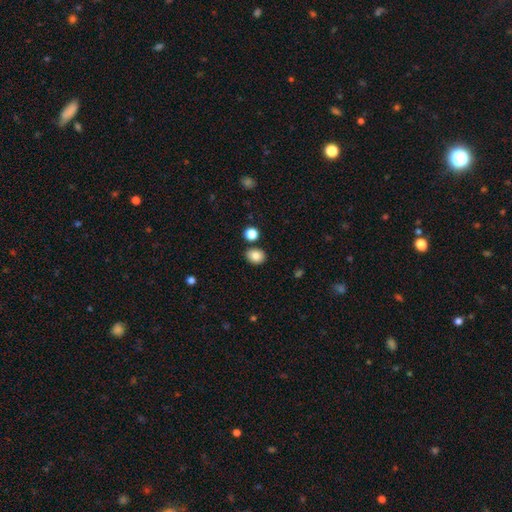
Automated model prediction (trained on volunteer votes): Smooth or featured? Predicted: smooth (p=0.85). How rounded? Predicted: round (p=0.57). Merging? Predicted: none (p=0.84).